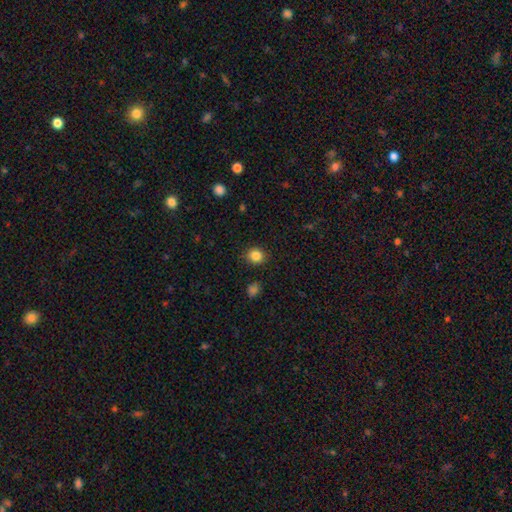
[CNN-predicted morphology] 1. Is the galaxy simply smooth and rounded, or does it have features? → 85% smooth, 11% star or artifact, 4% featured or disk.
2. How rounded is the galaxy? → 82% round, 17% in between, 1% cigar-shaped.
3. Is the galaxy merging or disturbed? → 88% none, 8% minor disturbance, 2% major disturbance, 1% merger.